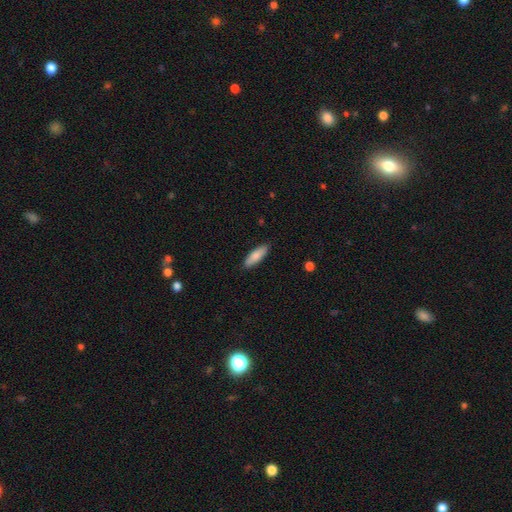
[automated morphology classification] Smooth or featured? smooth (83%)
How rounded? in between (55%)
Merging? none (88%)